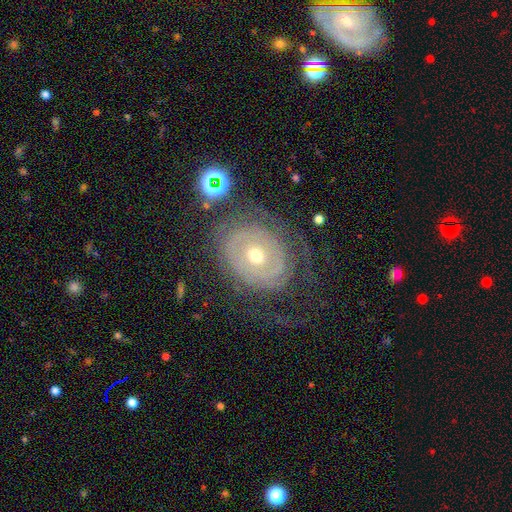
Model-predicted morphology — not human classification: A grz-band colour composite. It shows a featured or disk galaxy (75%) with no bar (78%), spiral arms (68%) and a moderate central bulge (56%). Merging: none (61%).